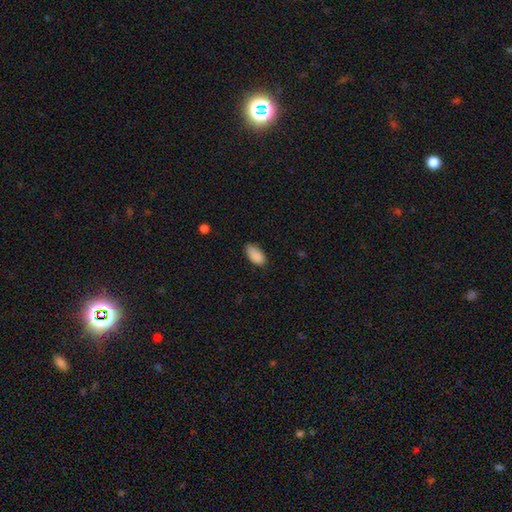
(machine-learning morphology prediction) Smooth or featured?
  - smooth: 89% *
  - star or artifact: 7%
  - featured or disk: 4%
How rounded?
  - in between: 94% *
  - cigar-shaped: 3%
  - round: 3%
Merging?
  - none: 75% *
  - minor disturbance: 21%
  - major disturbance: 3%
  - merger: 1%